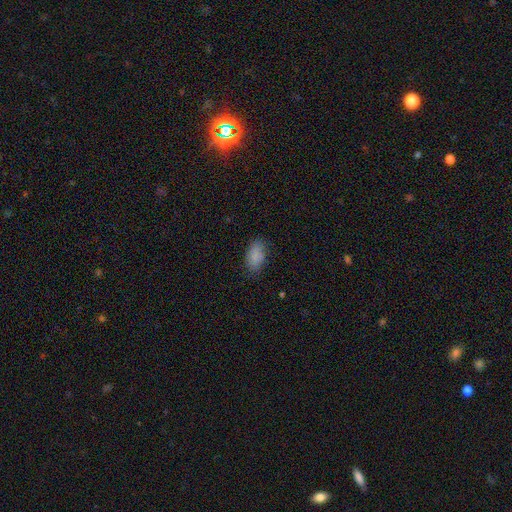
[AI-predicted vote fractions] Smooth or featured? Predicted: smooth (p=0.87). How rounded? Predicted: in between (p=0.93). Merging? Predicted: none (p=0.79).